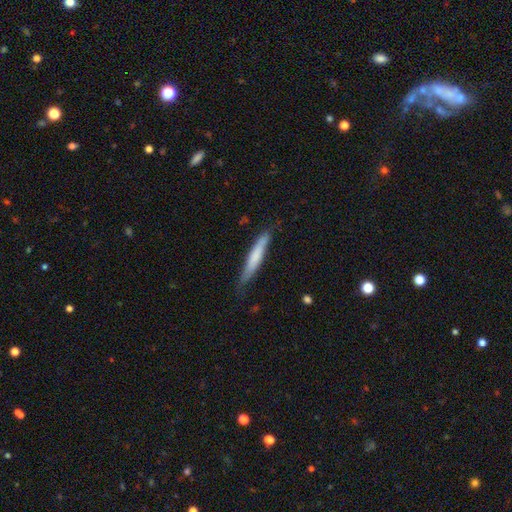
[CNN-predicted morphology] Q: Smooth or featured?
A: smooth (67%); runner-up: featured or disk (28%)
Q: How rounded?
A: cigar-shaped (93%); runner-up: in between (5%)
Q: Merging?
A: none (74%); runner-up: minor disturbance (21%)